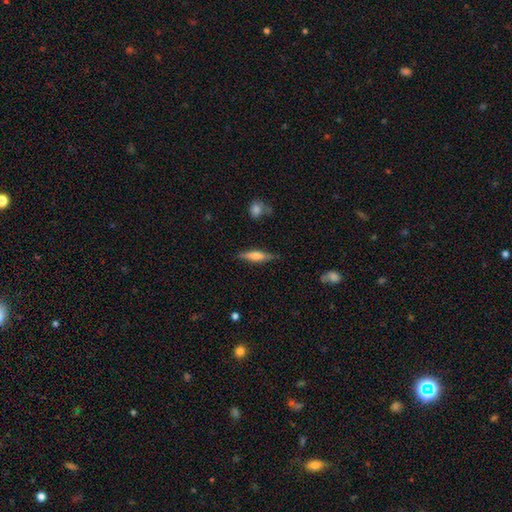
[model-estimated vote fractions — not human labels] Smooth or featured? Predicted: smooth (p=0.55). How rounded? Predicted: cigar-shaped (p=0.76). Merging? Predicted: none (p=0.82).